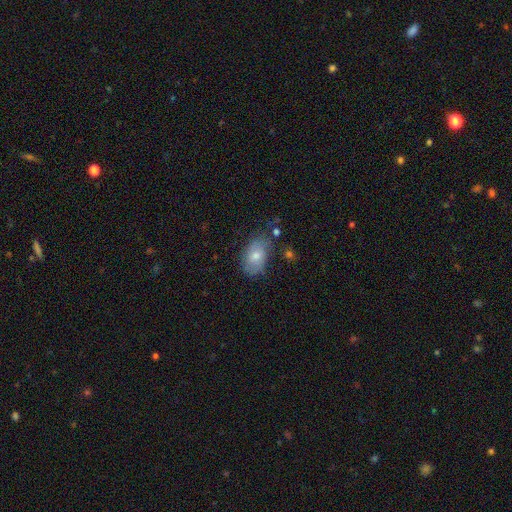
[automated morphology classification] The model was most divided on "smooth or featured": smooth: 58%, featured or disk: 33%, star or artifact: 10%. More confident: how rounded — in between (87%); merging — none (62%).